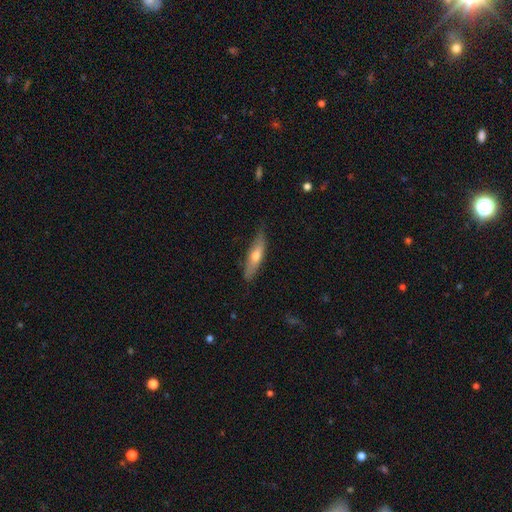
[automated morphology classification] Smooth or featured? Predicted: smooth (p=0.52). How rounded? Predicted: cigar-shaped (p=0.74). Merging? Predicted: none (p=0.76).